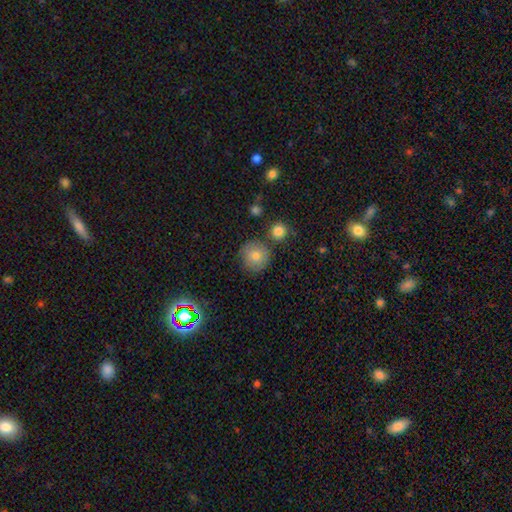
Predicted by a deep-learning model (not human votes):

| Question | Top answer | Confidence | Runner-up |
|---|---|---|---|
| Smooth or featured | smooth | 77% | featured or disk (12%) |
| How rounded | round | 92% | in between (7%) |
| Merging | none | 77% | minor disturbance (12%) |